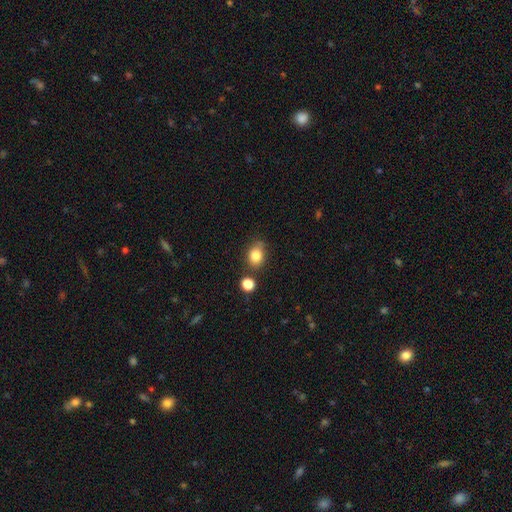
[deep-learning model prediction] Q: Smooth or featured?
A: smooth (82%); runner-up: star or artifact (11%)
Q: How rounded?
A: in between (51%); runner-up: round (48%)
Q: Merging?
A: none (69%); runner-up: minor disturbance (16%)